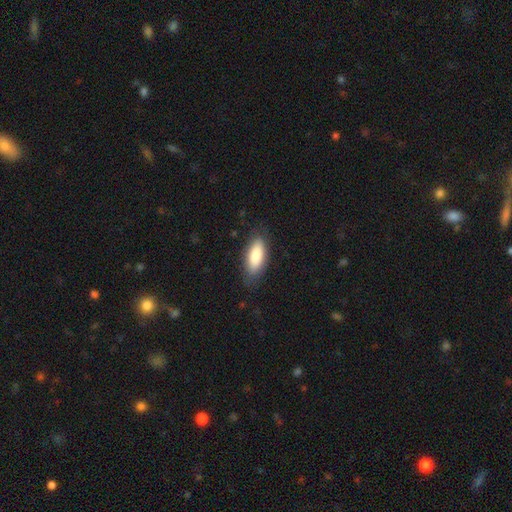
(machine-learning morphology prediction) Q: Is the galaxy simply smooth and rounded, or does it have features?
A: smooth — 85%.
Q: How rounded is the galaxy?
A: in between — 81%.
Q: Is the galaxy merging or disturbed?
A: none — 81%.